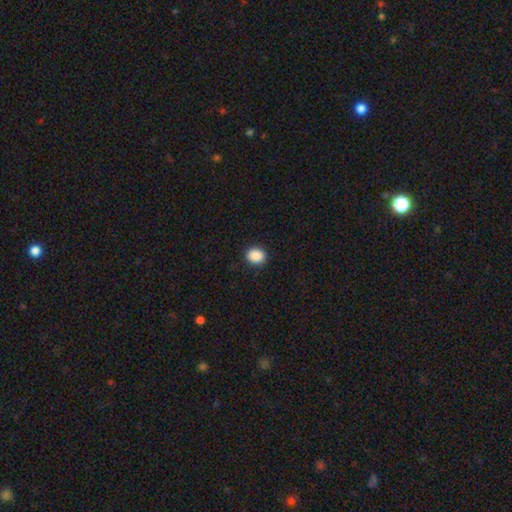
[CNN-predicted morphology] Smooth or featured? Predicted: smooth (p=0.90). How rounded? Predicted: round (p=0.56). Merging? Predicted: none (p=0.90).